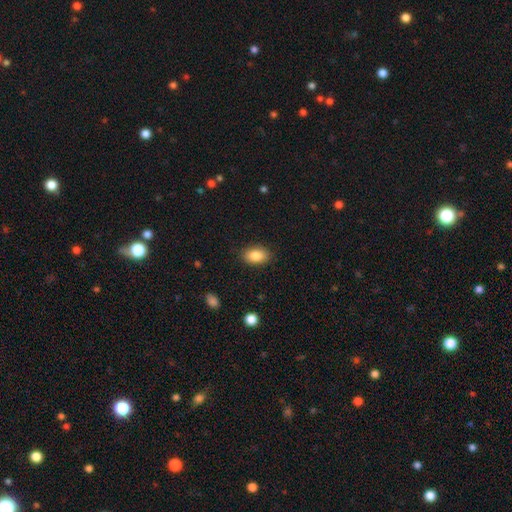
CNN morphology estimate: A smooth galaxy with no disk features (86%) that is in between round and cigar-shaped (90%). Merging: none (86%).